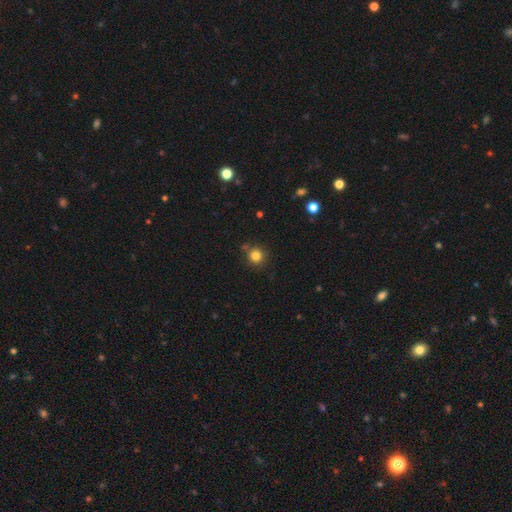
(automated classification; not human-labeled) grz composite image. It shows a smooth galaxy with no disk features (82%) that is round (92%). Merging: none (80%).